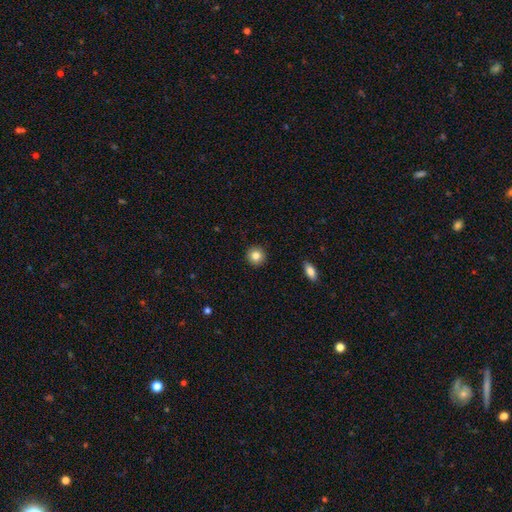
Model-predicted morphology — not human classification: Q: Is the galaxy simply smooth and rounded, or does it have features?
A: smooth — 83%.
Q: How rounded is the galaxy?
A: round — 94%.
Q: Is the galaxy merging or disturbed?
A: none — 92%.